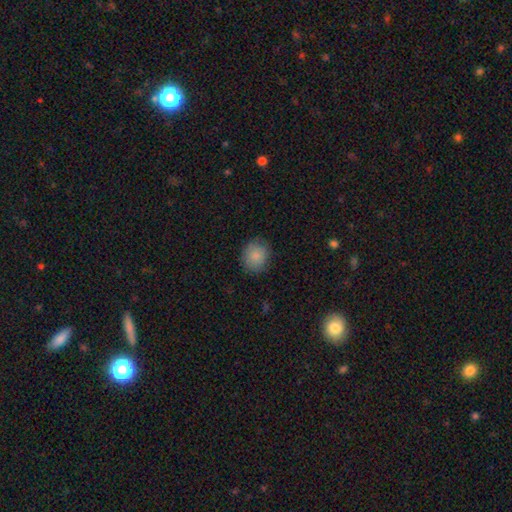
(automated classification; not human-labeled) This appears to be a smooth galaxy with no disk features (86%) that is round (76%). Merging: none (84%).